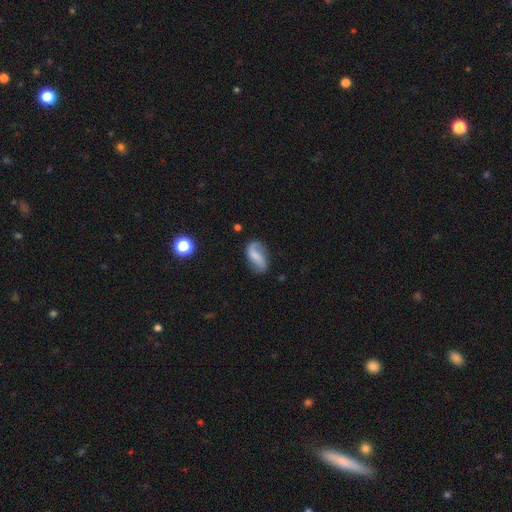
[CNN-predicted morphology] Smooth or featured? featured or disk (62%)
Edge-on disk? no (96%)
Bar? weak (41%)
Spiral arms? yes (91%)
Spiral winding? loose (75%)
Spiral arm count? 2 (83%)
Bulge size? none (46%)
Merging? none (68%)